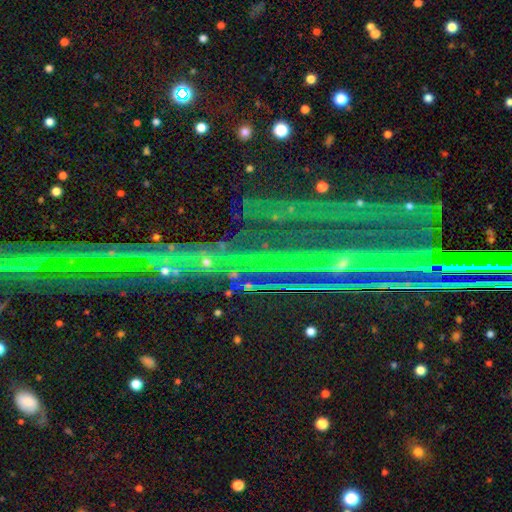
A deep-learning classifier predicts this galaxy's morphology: Smooth or featured?
  - star or artifact: 77% *
  - featured or disk: 16%
  - smooth: 8%